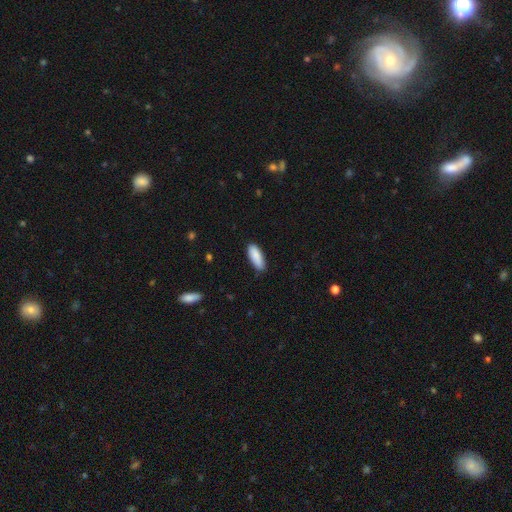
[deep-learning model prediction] Smooth or featured: smooth — 89% (star or artifact — 6%)
How rounded: in between — 73% (cigar-shaped — 25%)
Merging: none — 82% (minor disturbance — 15%)